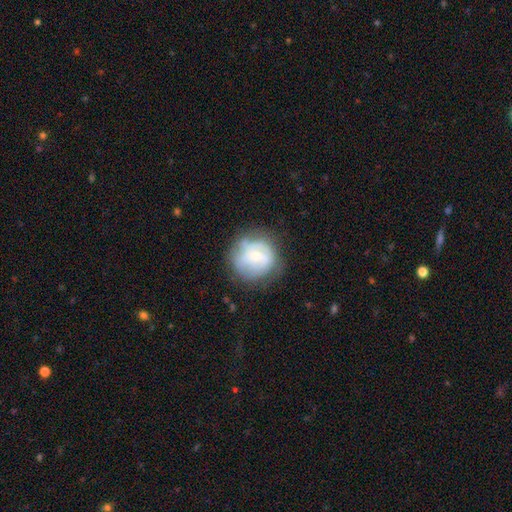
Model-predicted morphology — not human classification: Smooth or featured? Predicted: featured or disk (p=0.51). Edge-on disk? Predicted: no (p=0.98). Merging? Predicted: none (p=0.61).